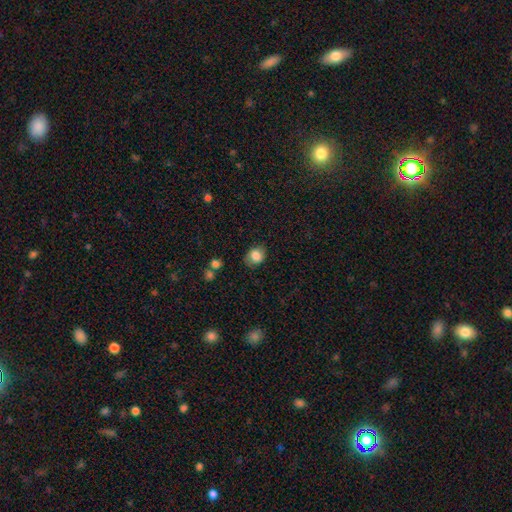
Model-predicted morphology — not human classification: This is clearly a smooth galaxy (82%). How rounded: possibly round (52%). Merging: likely none (74%).